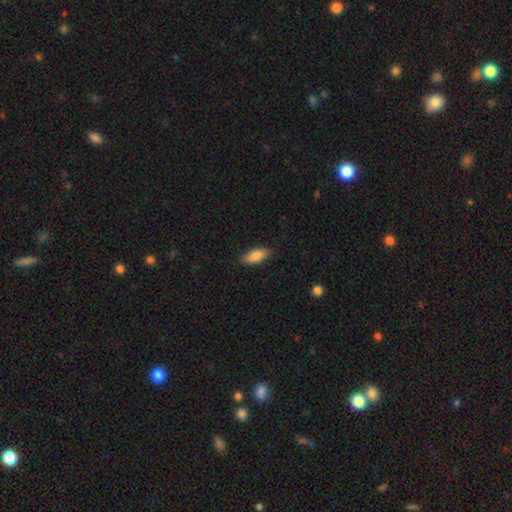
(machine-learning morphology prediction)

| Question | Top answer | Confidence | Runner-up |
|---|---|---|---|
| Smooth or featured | smooth | 86% | featured or disk (7%) |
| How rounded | in between | 82% | cigar-shaped (16%) |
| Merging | none | 86% | minor disturbance (11%) |